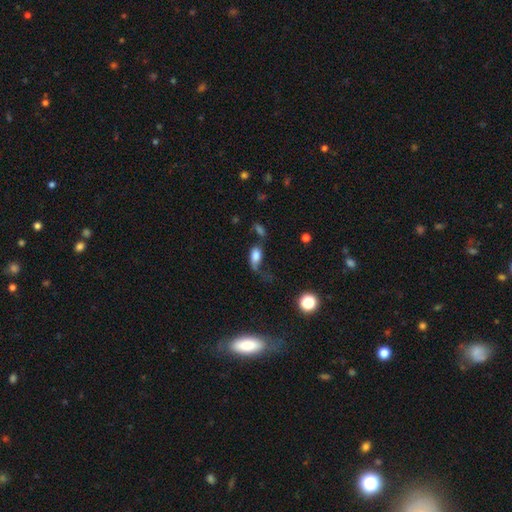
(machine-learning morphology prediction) A smooth galaxy with no disk features (65%) that is in between round and cigar-shaped (86%). Merging: major disturbance (41%).